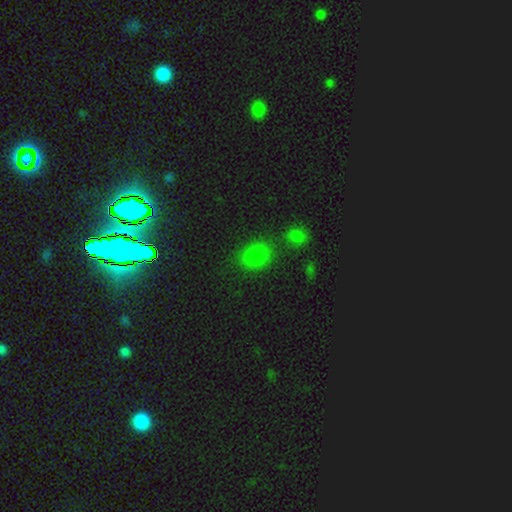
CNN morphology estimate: smooth 79%, star or artifact 16%, featured or disk 5%. Down the decision tree: how rounded — round (52%); merging — none (71%).